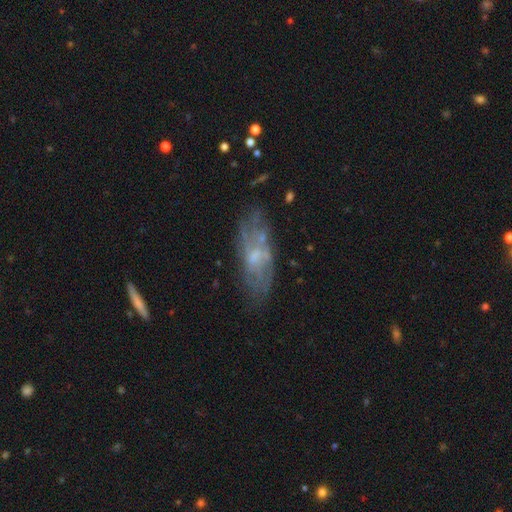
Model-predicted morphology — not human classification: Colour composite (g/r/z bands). It shows a featured or disk galaxy (64%) with no bar (64%), spiral arms (53%) and a small central bulge (43%). Merging: none (63%).